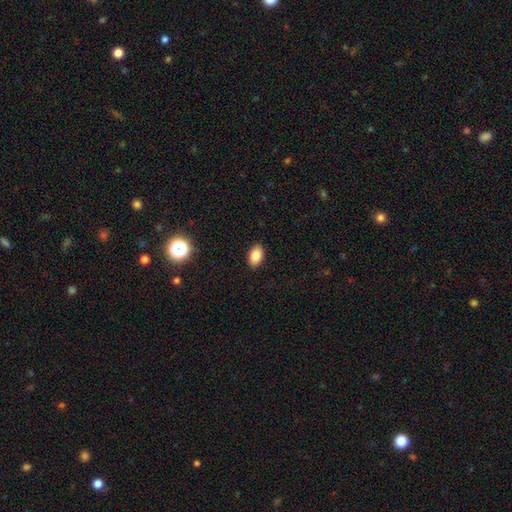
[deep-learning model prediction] This is clearly a smooth galaxy (84%). How rounded: clearly in between (91%). Merging: clearly none (90%).